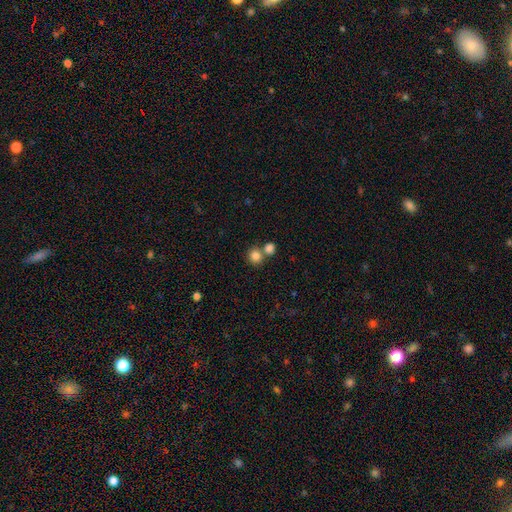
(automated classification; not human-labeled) Smooth or featured? smooth (83%)
How rounded? round (87%)
Merging? none (56%)